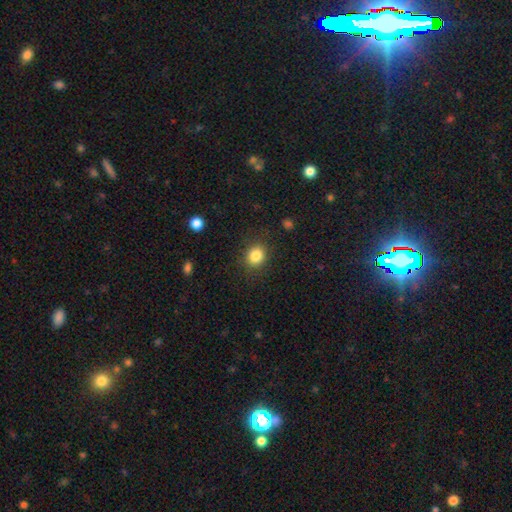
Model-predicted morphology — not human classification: Smooth or featured: smooth — 84% (star or artifact — 10%)
How rounded: round — 68% (in between — 32%)
Merging: none — 86% (minor disturbance — 9%)